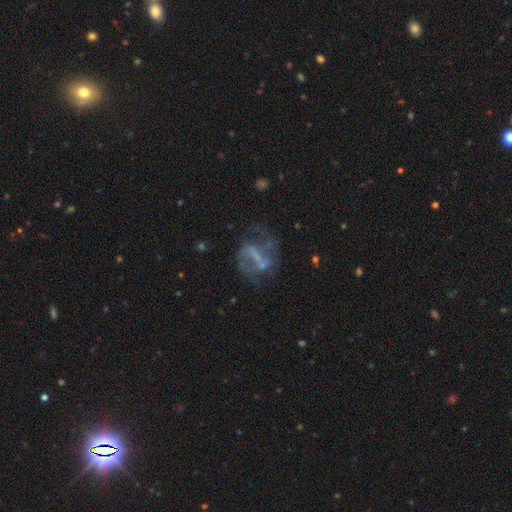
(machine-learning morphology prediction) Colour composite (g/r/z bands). It shows a featured or disk galaxy (70%) with a strong bar (52%), spiral arms (63%) and no central bulge (53%). Merging: none (50%).